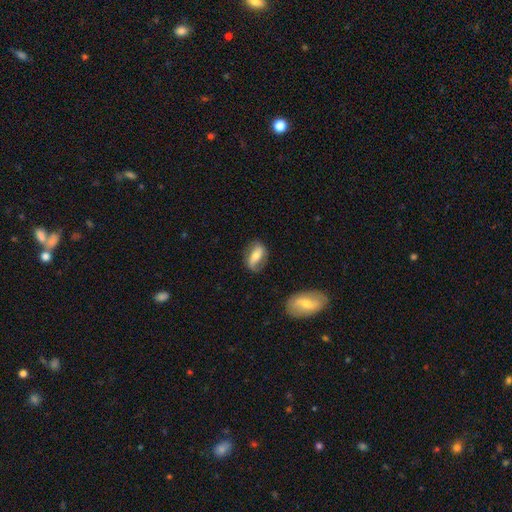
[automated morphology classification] This is possibly a featured or disk galaxy (47%). Merging: likely none (70%).